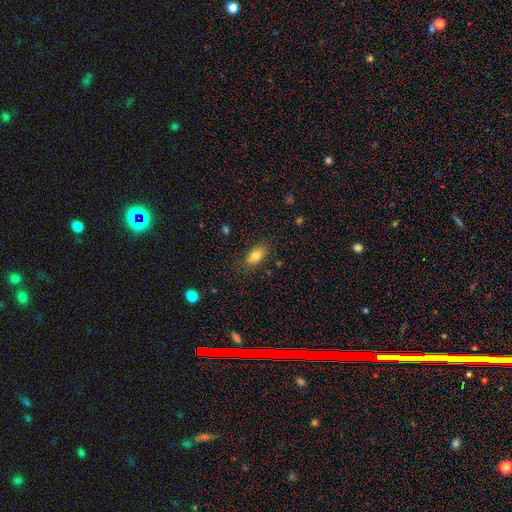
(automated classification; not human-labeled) Morphology: type=smooth (80%); roundness=in between (86%); merging=none (80%).